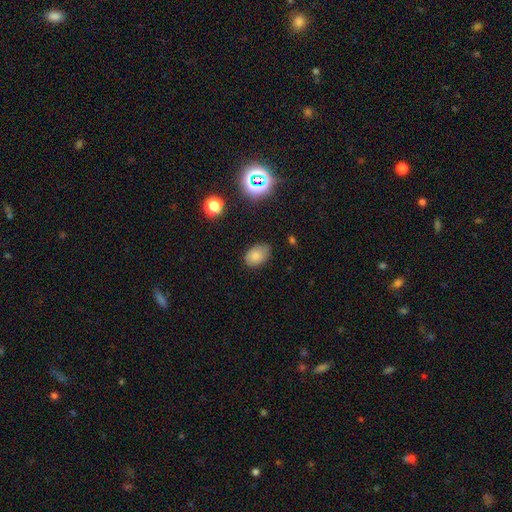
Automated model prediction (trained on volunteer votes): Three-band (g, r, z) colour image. It shows a smooth galaxy with no disk features (79%) that is in between round and cigar-shaped (83%). Merging: none (75%).